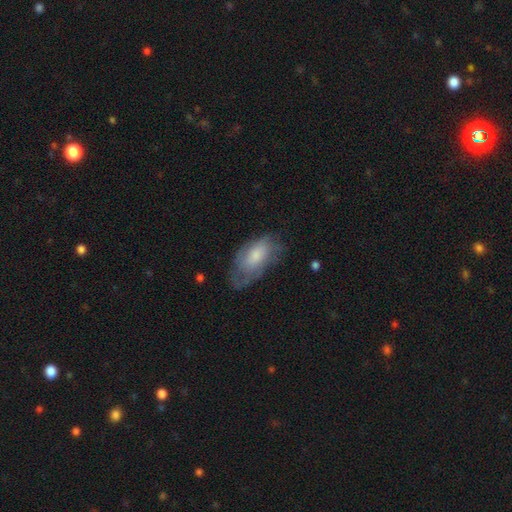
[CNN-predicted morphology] Overall: smooth (53%; featured or disk 40%). How rounded: in between (92%). Merging: none (51%; minor disturbance 30%).